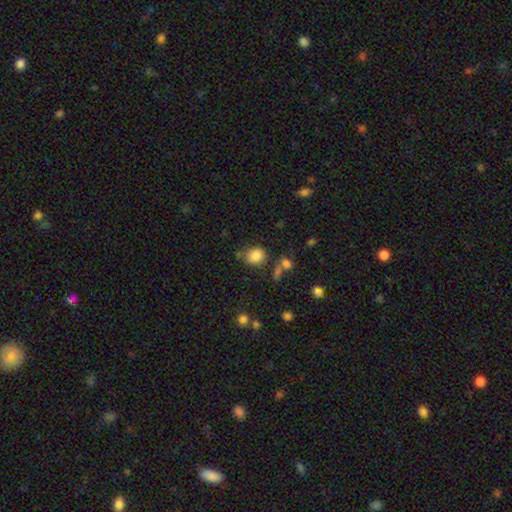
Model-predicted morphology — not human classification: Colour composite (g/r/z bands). It shows a smooth galaxy with no disk features (84%) that is round (57%). Merging: none (67%).